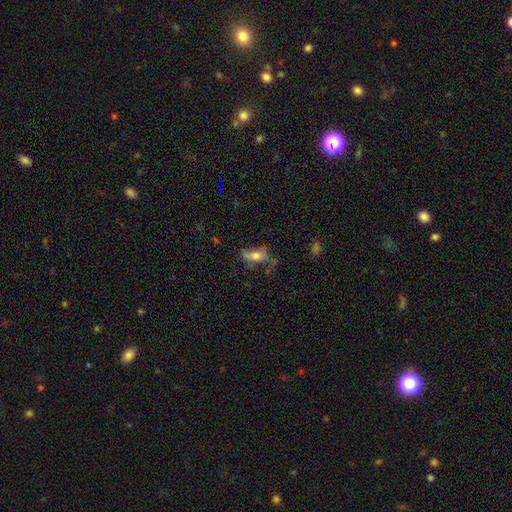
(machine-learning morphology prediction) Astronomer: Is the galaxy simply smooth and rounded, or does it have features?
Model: smooth — 60%.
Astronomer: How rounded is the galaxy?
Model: in between — 78%.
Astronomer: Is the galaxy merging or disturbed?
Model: none — 41% (runner-up: minor disturbance, 28%).